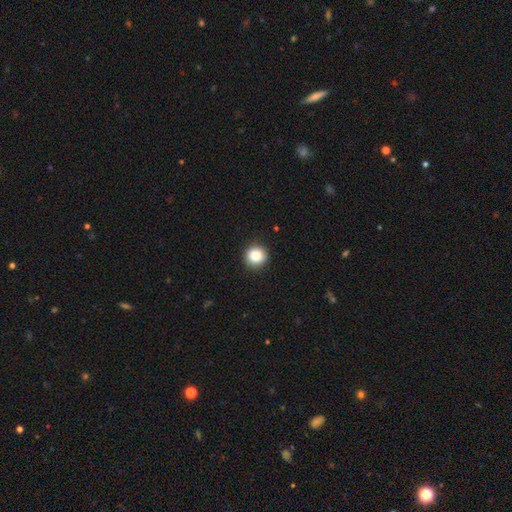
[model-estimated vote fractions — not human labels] Smooth or featured? smooth (84%)
How rounded? round (93%)
Merging? none (91%)